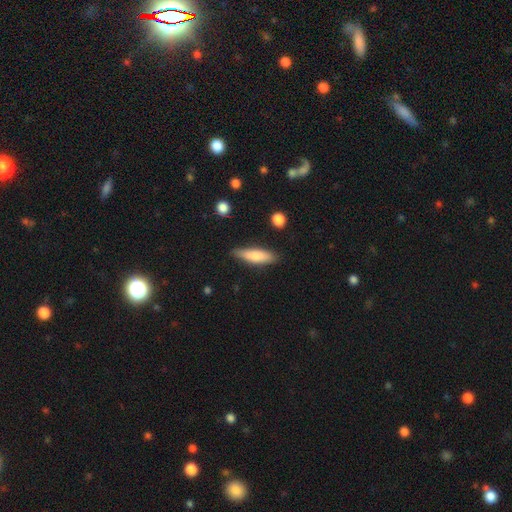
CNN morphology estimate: A smooth galaxy with no disk features (76%) that is cigar-shaped (61%). Merging: none (81%).